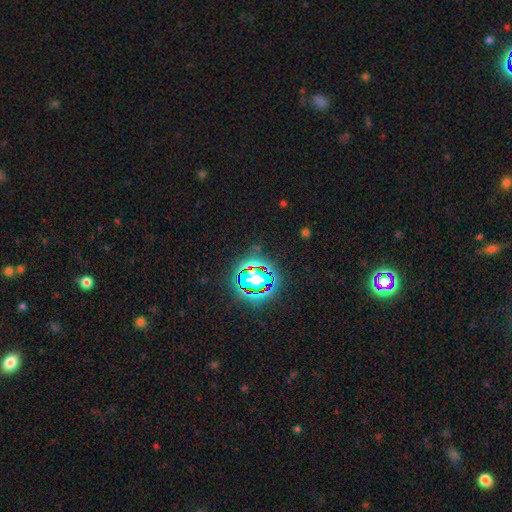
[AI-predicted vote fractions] Overall: star or artifact (82%).